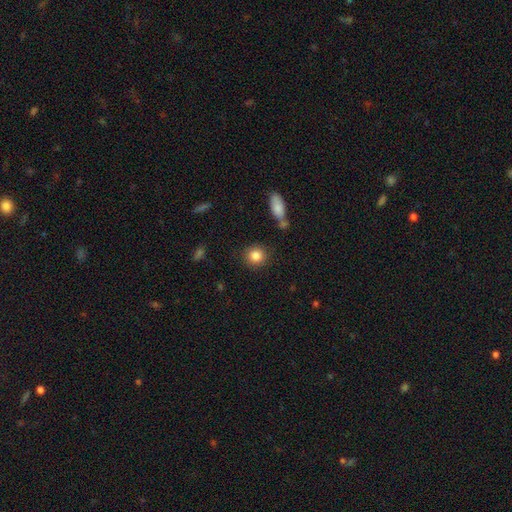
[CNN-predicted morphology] smooth-or-featured: smooth: 84% | star or artifact: 9% | featured or disk: 7%
  how-rounded: round: 86% | in between: 13% | cigar-shaped: 1%
  merging: none: 85% | minor disturbance: 9% | merger: 4% | major disturbance: 3%